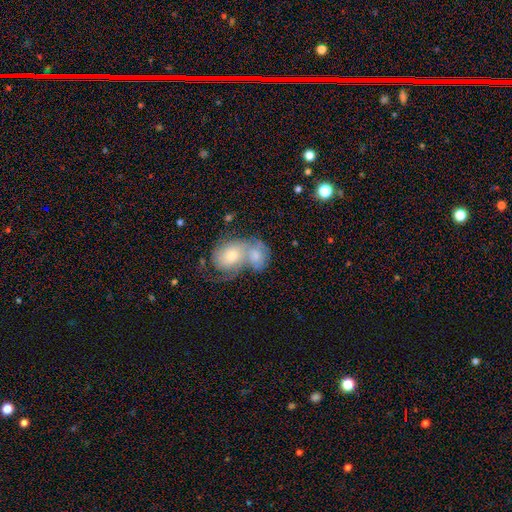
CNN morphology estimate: Smooth or featured? featured or disk (47%)
Merging? merger (73%)